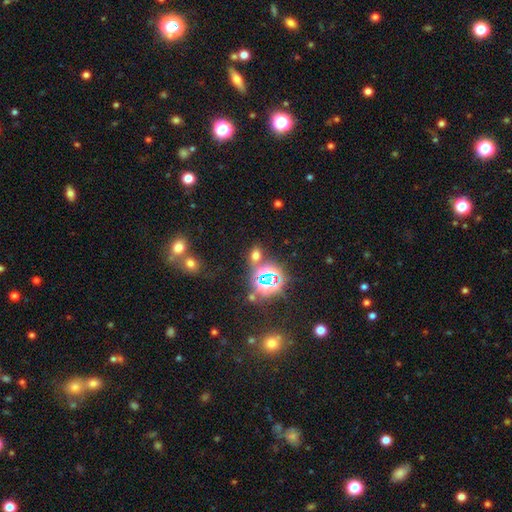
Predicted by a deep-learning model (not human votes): smooth_or_featured: star or artifact (p=0.47) [alt: smooth p=0.45]